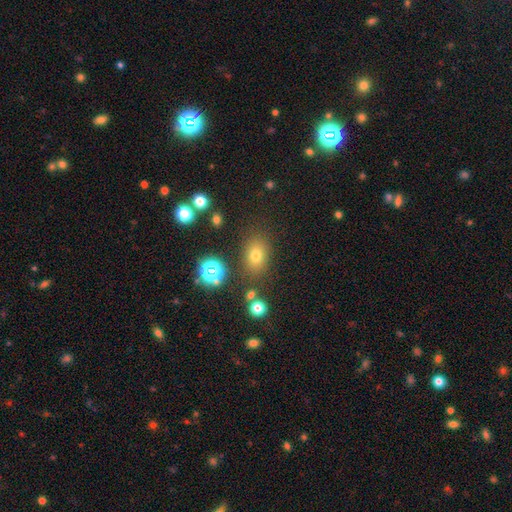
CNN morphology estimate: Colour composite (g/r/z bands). It shows a smooth galaxy with no disk features (69%) that is in between round and cigar-shaped (68%). Merging: none (80%).